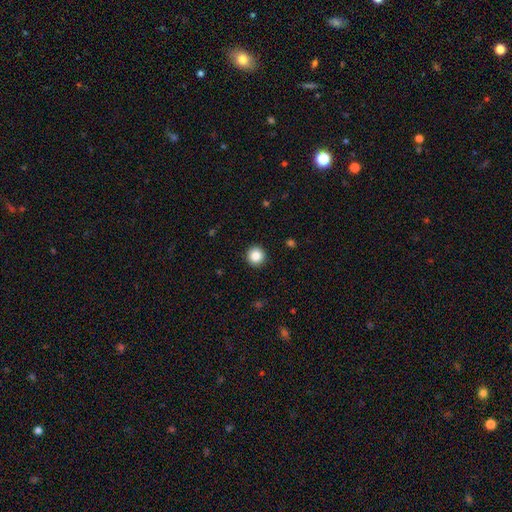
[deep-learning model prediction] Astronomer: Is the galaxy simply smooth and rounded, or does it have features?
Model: smooth — 85%.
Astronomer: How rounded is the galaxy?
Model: round — 96%.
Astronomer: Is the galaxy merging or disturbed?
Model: none — 93%.